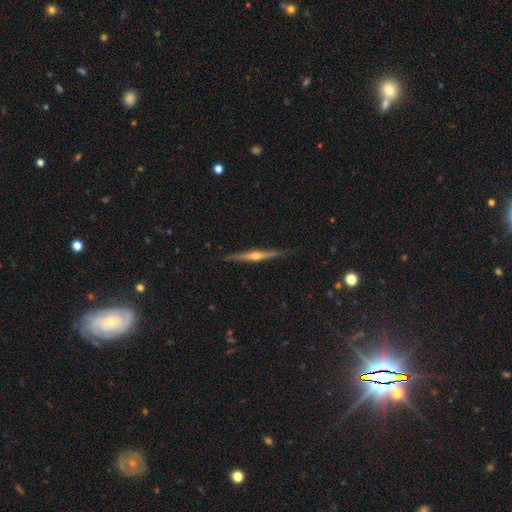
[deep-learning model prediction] featured or disk 78%, smooth 16%, star or artifact 6%. Down the decision tree: edge-on disk — yes (98%); edge-on bulge — rounded (88%); merging — none (88%).